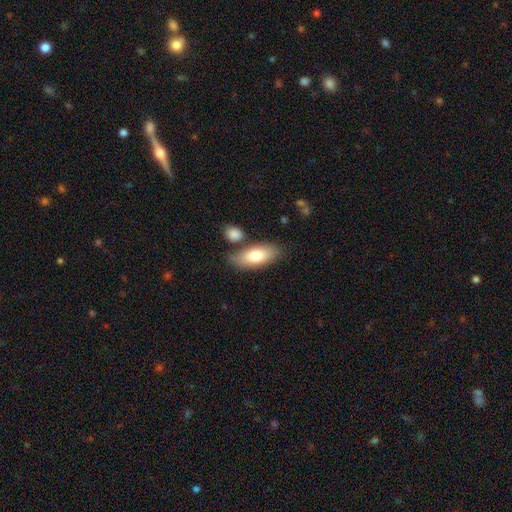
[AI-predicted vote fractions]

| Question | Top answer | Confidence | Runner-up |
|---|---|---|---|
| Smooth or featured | smooth | 76% | featured or disk (19%) |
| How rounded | in between | 80% | cigar-shaped (18%) |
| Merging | none | 70% | minor disturbance (14%) |